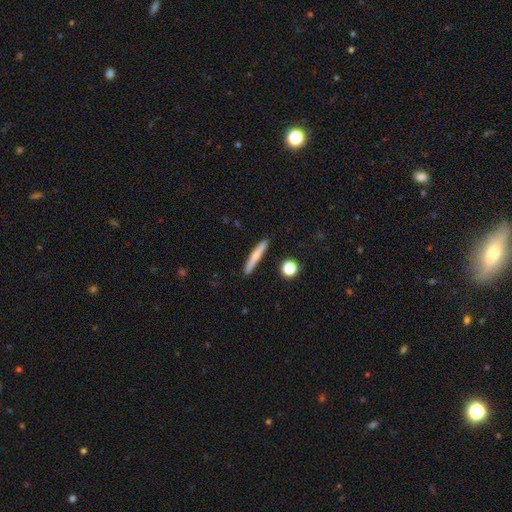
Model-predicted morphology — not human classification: smooth-or-featured: smooth: 59% | featured or disk: 34% | star or artifact: 7%
  how-rounded: cigar-shaped: 93% | in between: 5% | round: 2%
  merging: none: 87% | minor disturbance: 9% | merger: 2% | major disturbance: 2%